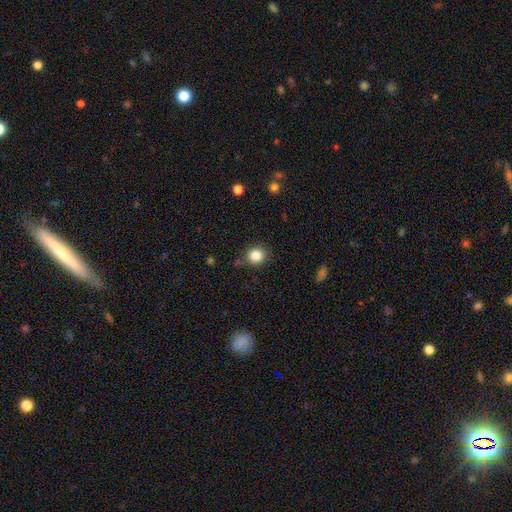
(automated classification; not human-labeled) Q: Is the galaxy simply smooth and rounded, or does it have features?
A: smooth — 85%.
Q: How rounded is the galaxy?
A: round — 85%.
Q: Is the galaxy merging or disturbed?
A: none — 84%.